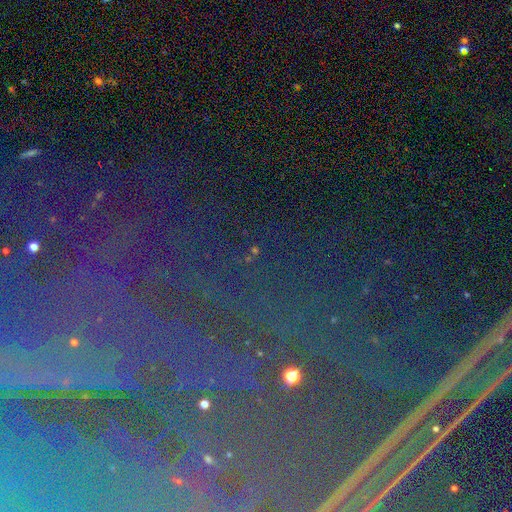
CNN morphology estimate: Q: Smooth or featured?
A: star or artifact (81%); runner-up: featured or disk (11%)